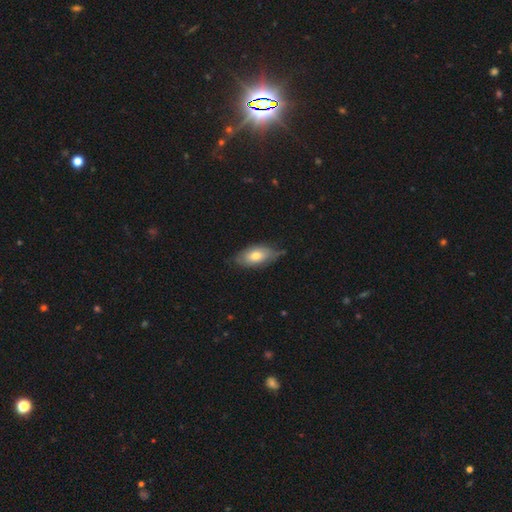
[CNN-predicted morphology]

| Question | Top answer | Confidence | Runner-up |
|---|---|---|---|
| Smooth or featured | smooth | 71% | featured or disk (23%) |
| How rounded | in between | 91% | cigar-shaped (5%) |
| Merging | none | 63% | minor disturbance (30%) |